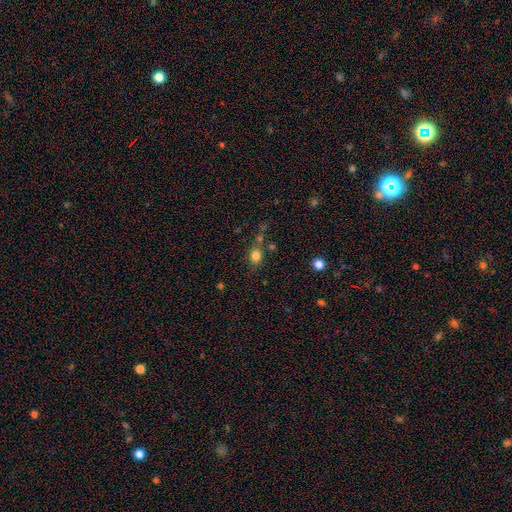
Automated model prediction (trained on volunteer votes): A smooth galaxy with no disk features (81%) that is round (63%). Merging: none (70%).